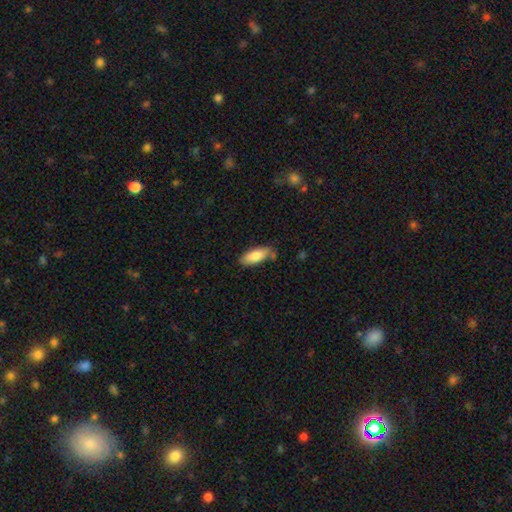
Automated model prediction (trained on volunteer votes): A smooth galaxy with no disk features (81%) that is in between round and cigar-shaped (72%).

Vote fractions:
- Smooth or featured? smooth: 81% / featured or disk: 13% / star or artifact: 6%
- How rounded? in between: 72% / cigar-shaped: 26% / round: 2%
- Merging? none: 71% / minor disturbance: 20% / merger: 5% / major disturbance: 4%